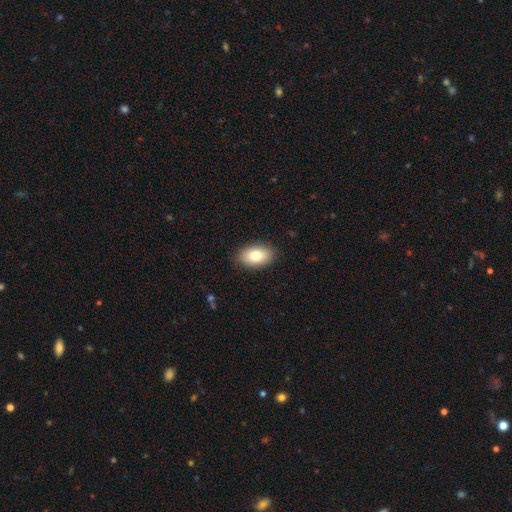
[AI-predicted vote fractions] Smooth or featured? Predicted: smooth (p=0.80). How rounded? Predicted: in between (p=0.90). Merging? Predicted: none (p=0.88).